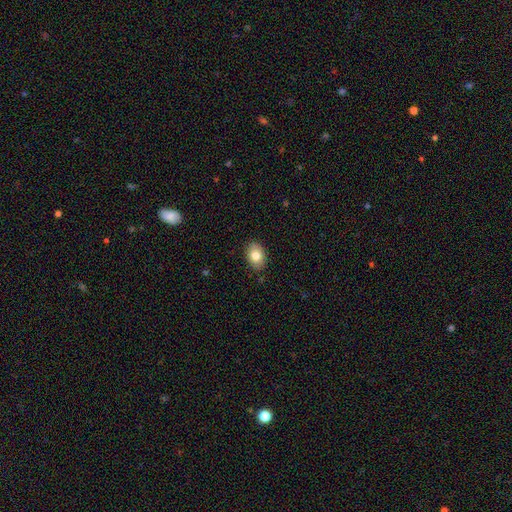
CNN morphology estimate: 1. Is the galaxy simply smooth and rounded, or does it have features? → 80% smooth, 12% featured or disk, 8% star or artifact.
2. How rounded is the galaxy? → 79% in between, 20% round, 1% cigar-shaped.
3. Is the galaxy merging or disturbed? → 87% none, 10% minor disturbance, 2% major disturbance, 1% merger.